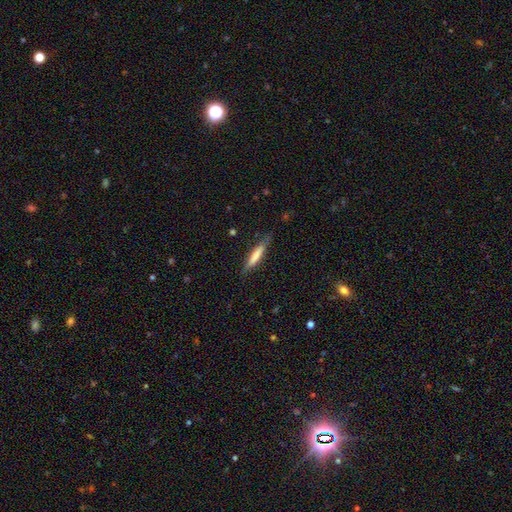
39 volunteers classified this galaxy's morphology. smooth_or_featured: featured or disk (p=0.56) [alt: smooth p=0.44]
disk_edge_on: yes (p=1.00)
edge_on_bulge: none (p=0.68) [alt: boxy p=0.23]
merging: none (p=0.82) [alt: minor disturbance p=0.08]